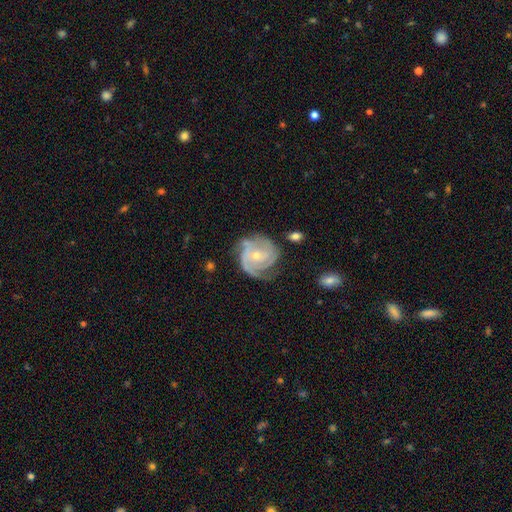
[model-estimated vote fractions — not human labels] Smooth or featured? Predicted: featured or disk (p=0.87). Edge-on disk? Predicted: no (p=0.98). Bar? Predicted: no (p=0.66). Spiral arms? Predicted: yes (p=0.97). Spiral winding? Predicted: tight (p=0.59). Spiral arm count? Predicted: 3 (p=0.40). Bulge size? Predicted: small (p=0.64). Merging? Predicted: none (p=0.62).